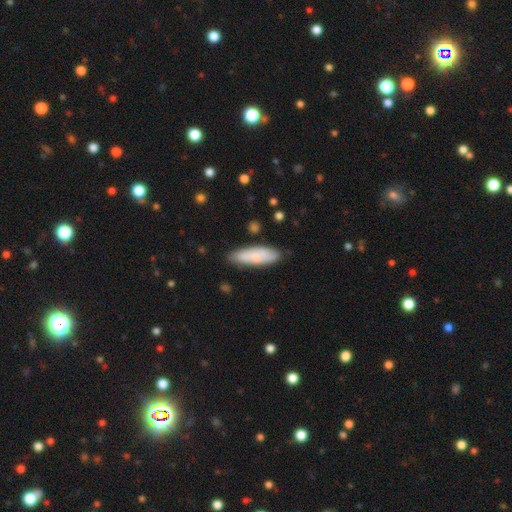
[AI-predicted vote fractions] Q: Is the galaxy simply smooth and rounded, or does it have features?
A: smooth — 78%.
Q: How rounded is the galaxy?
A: cigar-shaped — 51%.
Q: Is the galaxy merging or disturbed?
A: none — 82%.